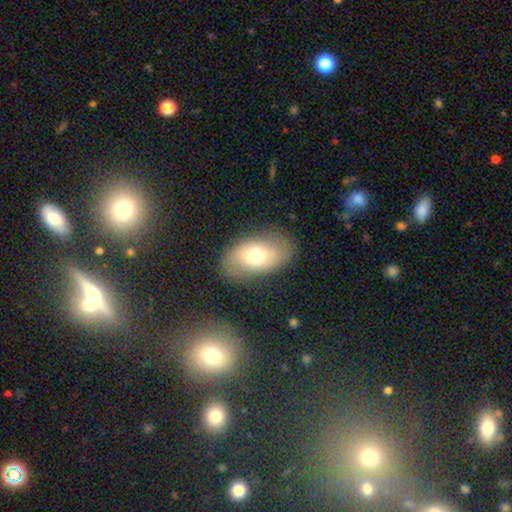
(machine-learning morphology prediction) The model was most divided on "smooth or featured": smooth: 66%, featured or disk: 25%, star or artifact: 9%. More confident: how rounded — in between (88%); merging — none (78%).